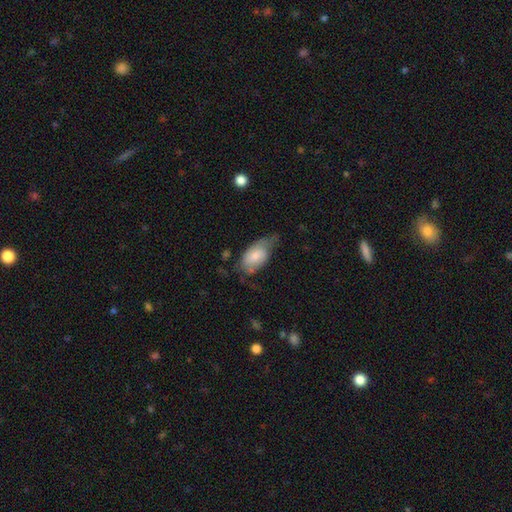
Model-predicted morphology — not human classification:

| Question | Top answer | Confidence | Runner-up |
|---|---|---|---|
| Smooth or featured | smooth | 63% | featured or disk (30%) |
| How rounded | in between | 92% | round (5%) |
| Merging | none | 40% | tied: minor disturbance (40%) |